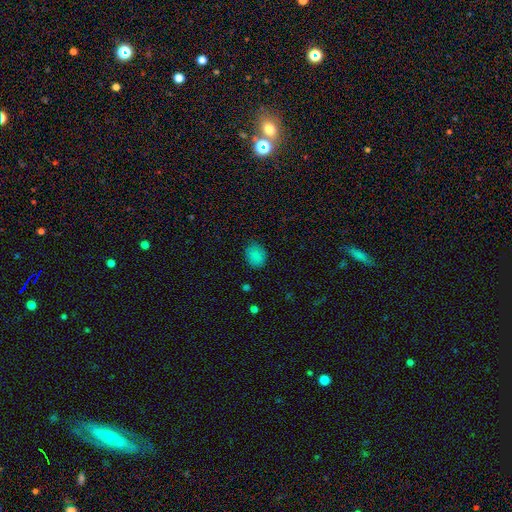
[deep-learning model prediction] smooth 79%, star or artifact 16%, featured or disk 5%. Down the decision tree: how rounded — round (50%); merging — none (84%).